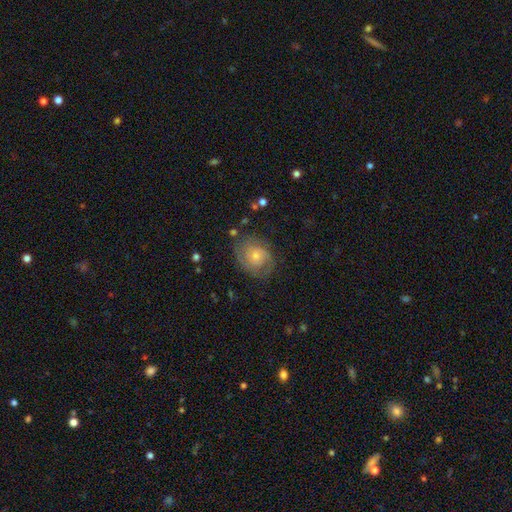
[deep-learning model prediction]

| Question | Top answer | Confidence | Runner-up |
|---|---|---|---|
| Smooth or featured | featured or disk | 58% | smooth (31%) |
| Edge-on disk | no | 97% | yes (3%) |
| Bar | no | 78% | weak (19%) |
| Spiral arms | yes | 85% | no (15%) |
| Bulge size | small | 57% | moderate (35%) |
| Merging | none | 71% | minor disturbance (19%) |